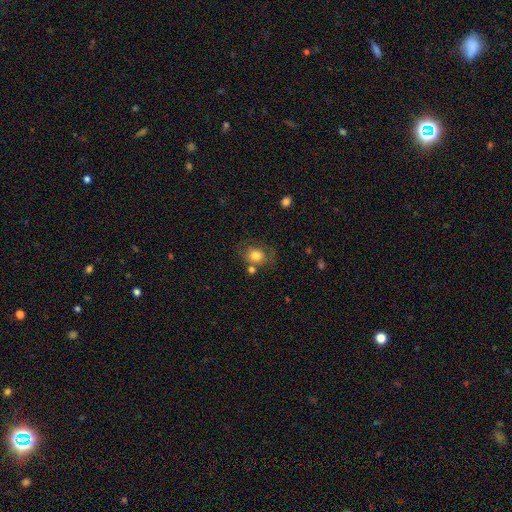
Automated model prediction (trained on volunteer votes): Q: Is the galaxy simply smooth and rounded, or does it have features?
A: smooth — 73%.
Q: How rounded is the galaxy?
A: round — 62%.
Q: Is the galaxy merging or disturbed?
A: none — 59%.